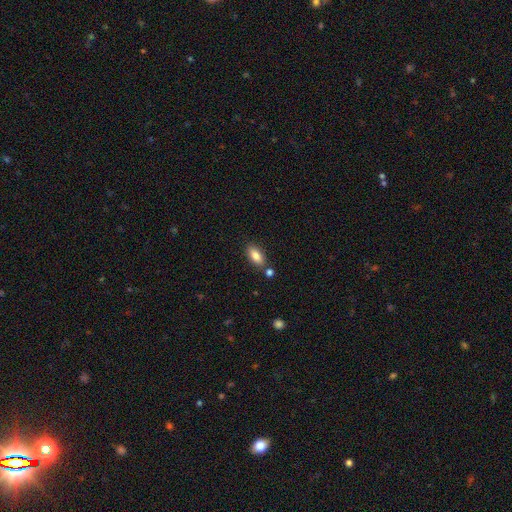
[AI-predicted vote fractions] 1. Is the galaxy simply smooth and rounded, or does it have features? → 83% smooth, 9% featured or disk, 7% star or artifact.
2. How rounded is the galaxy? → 88% in between, 9% cigar-shaped, 4% round.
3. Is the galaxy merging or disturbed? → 77% none, 11% minor disturbance, 9% merger, 3% major disturbance.